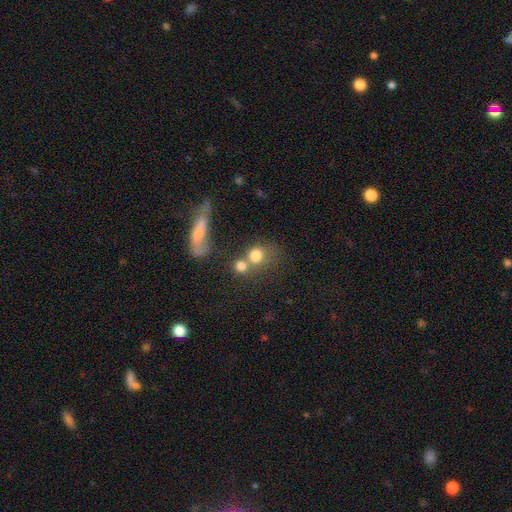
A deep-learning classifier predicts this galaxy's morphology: Smooth or featured?
  - smooth: 76% *
  - featured or disk: 12%
  - star or artifact: 12%
How rounded?
  - round: 74% *
  - in between: 24%
  - cigar-shaped: 3%
Merging?
  - merger: 46% *
  - none: 35%
  - minor disturbance: 10%
  - major disturbance: 9%